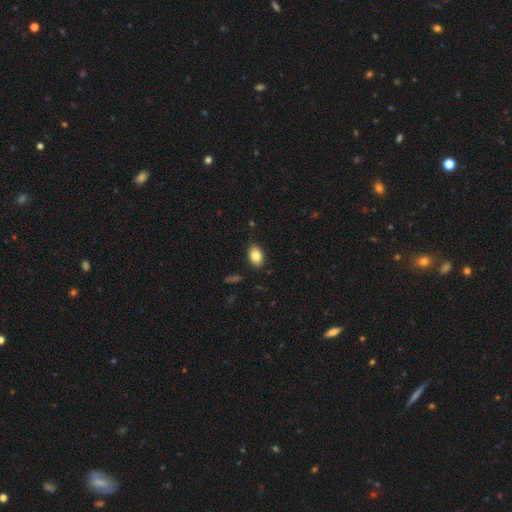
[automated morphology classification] Smooth or featured?
  - smooth: 83% *
  - featured or disk: 9%
  - star or artifact: 8%
How rounded?
  - in between: 85% *
  - round: 14%
  - cigar-shaped: 1%
Merging?
  - none: 87% *
  - minor disturbance: 10%
  - major disturbance: 2%
  - merger: 1%